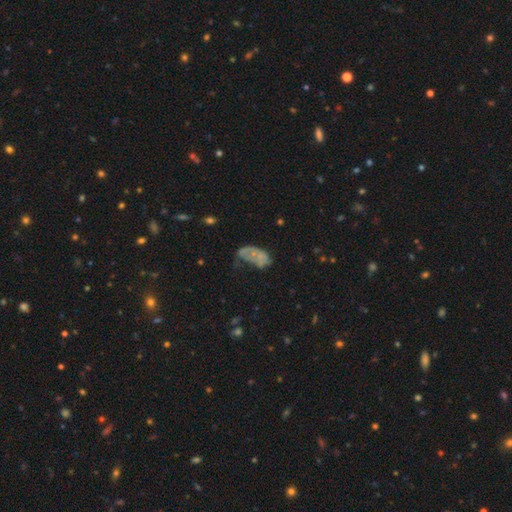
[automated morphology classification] Smooth or featured: smooth — 47% (featured or disk — 35%)
Merging: major disturbance — 35% (none — 29%)